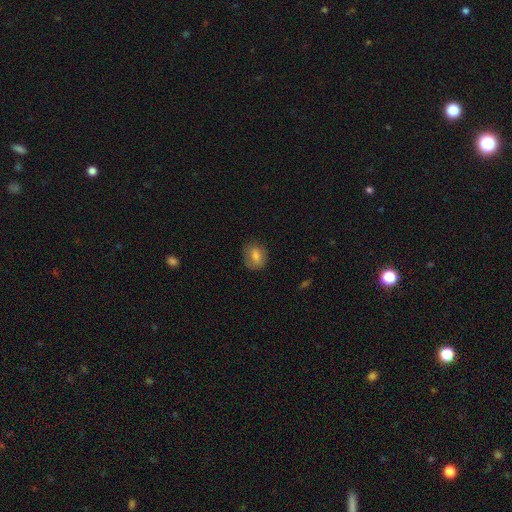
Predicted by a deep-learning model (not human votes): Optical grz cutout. It shows a smooth galaxy with no disk features (69%) that is round (51%). Merging: none (75%).